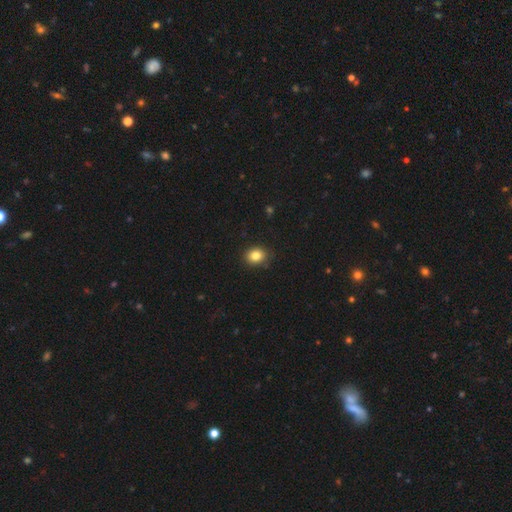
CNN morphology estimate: Smooth or featured?
  - smooth: 83% *
  - star or artifact: 10%
  - featured or disk: 6%
How rounded?
  - round: 54% *
  - in between: 45%
  - cigar-shaped: 1%
Merging?
  - none: 87% *
  - minor disturbance: 10%
  - major disturbance: 2%
  - merger: 1%